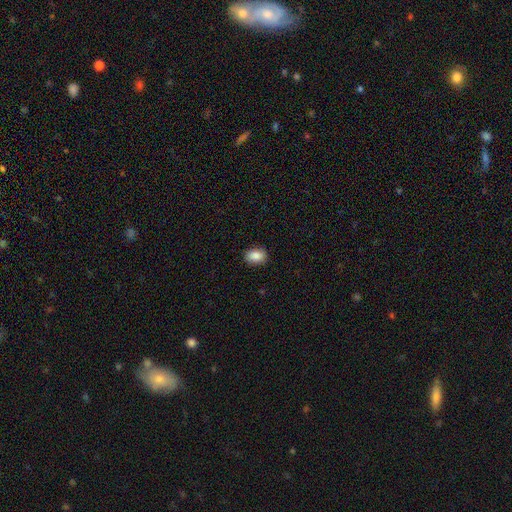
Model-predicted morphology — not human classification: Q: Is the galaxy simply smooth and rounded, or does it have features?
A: smooth — 87%.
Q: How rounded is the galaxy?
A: in between — 76%.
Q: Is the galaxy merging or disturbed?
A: none — 87%.